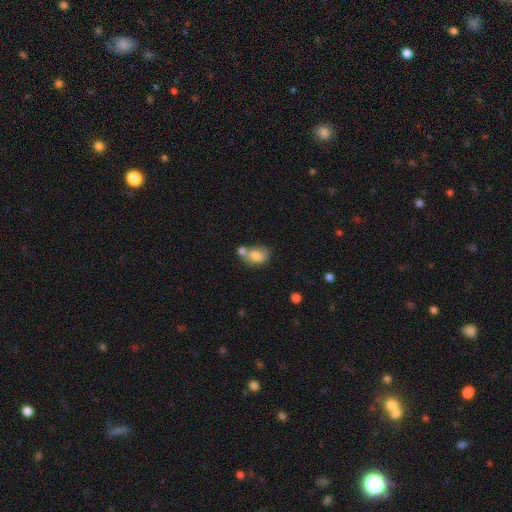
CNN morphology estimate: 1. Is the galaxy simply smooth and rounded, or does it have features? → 75% smooth, 17% featured or disk, 9% star or artifact.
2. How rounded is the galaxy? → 74% in between, 24% round, 1% cigar-shaped.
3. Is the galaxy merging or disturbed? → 47% merger, 31% none, 16% minor disturbance, 7% major disturbance.